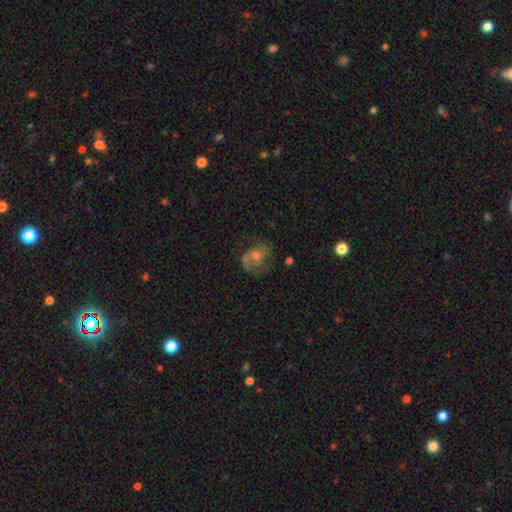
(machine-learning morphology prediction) smooth-or-featured: featured or disk: 74% | smooth: 15% | star or artifact: 11%
  disk-edge-on: no: 97% | yes: 3%
    bar: no: 62% | weak: 31% | strong: 6%
    has-spiral-arms: yes: 91% | no: 9%
      spiral-winding: medium: 49% | tight: 25% | loose: 25%
      spiral-arm-count: 2: 74% | can't tell: 10% | 1: 9% | 3: 3% | 4: 2% | more than 4: 1%
    bulge-size: moderate: 58% | small: 35% | large: 4% | none: 3% | dominant: 1%
  merging: none: 68% | minor disturbance: 19% | major disturbance: 12% | merger: 2%